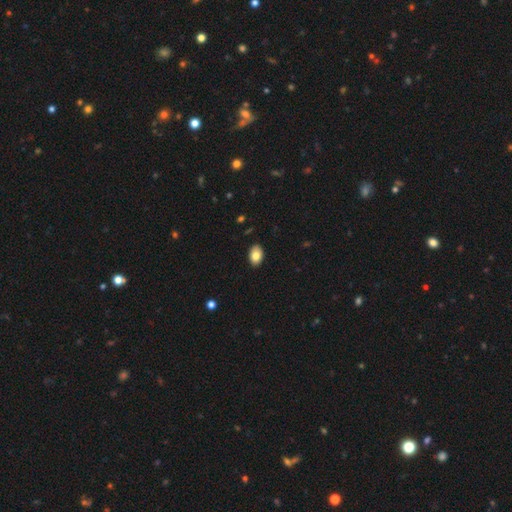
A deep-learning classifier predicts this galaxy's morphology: type=smooth (83%); roundness=in between (87%); merging=none (88%).